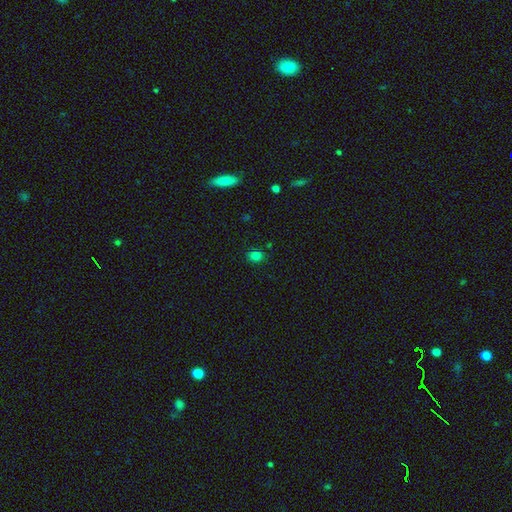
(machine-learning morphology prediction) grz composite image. It shows a smooth galaxy with no disk features (80%) that is round (51%). Merging: none (84%).